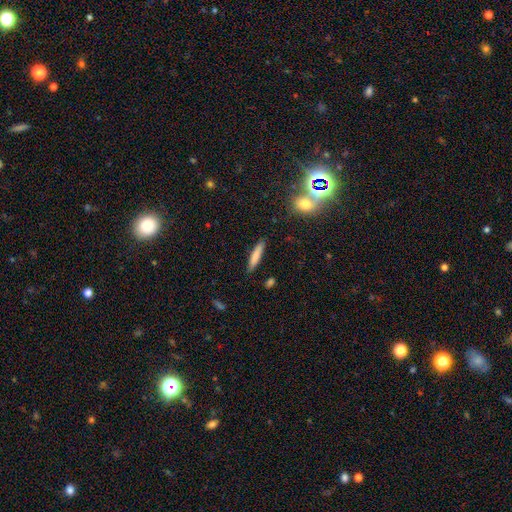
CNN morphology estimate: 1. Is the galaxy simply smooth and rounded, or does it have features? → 77% smooth, 16% featured or disk, 7% star or artifact.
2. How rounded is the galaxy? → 88% cigar-shaped, 10% in between, 1% round.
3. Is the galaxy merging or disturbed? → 88% none, 9% minor disturbance, 2% major disturbance, 2% merger.